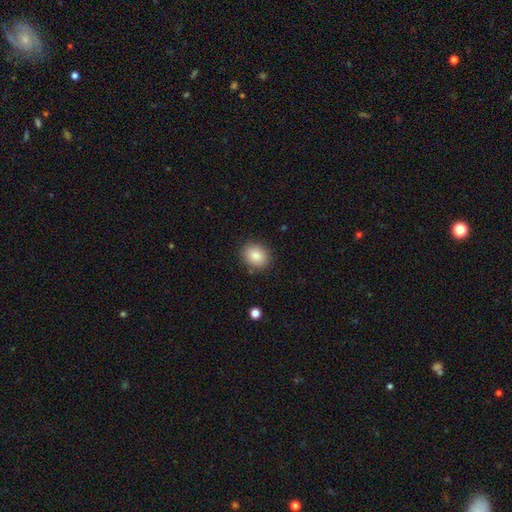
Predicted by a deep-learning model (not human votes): Smooth or featured: smooth — 85% (star or artifact — 9%)
How rounded: round — 63% (in between — 36%)
Merging: none — 87% (minor disturbance — 9%)